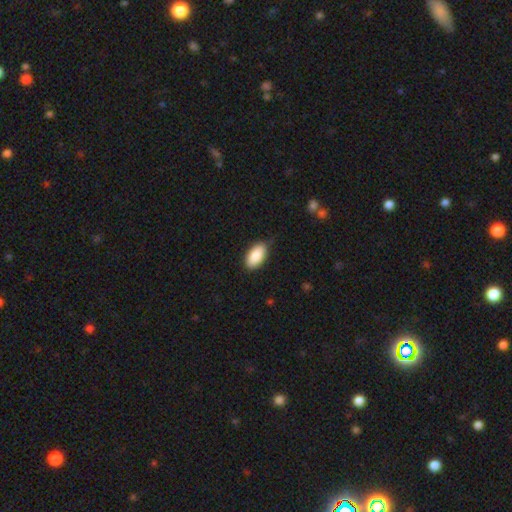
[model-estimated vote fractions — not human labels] This is clearly a smooth galaxy (88%). How rounded: clearly in between (94%). Merging: clearly none (82%).